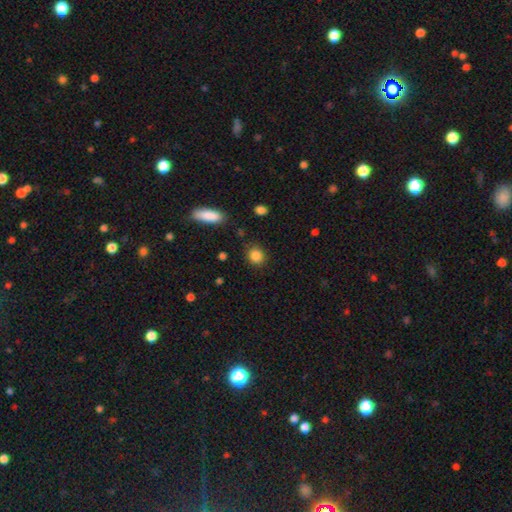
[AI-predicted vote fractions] This is clearly a smooth galaxy (86%). How rounded: likely round (73%). Merging: clearly none (84%).